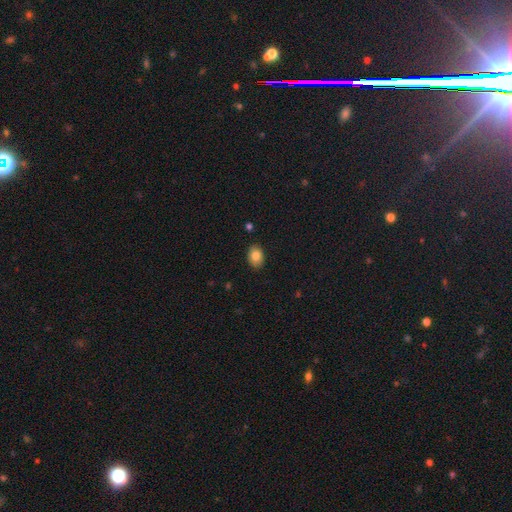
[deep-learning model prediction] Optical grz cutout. It shows a smooth galaxy with no disk features (84%) that is in between round and cigar-shaped (79%). Merging: none (87%).